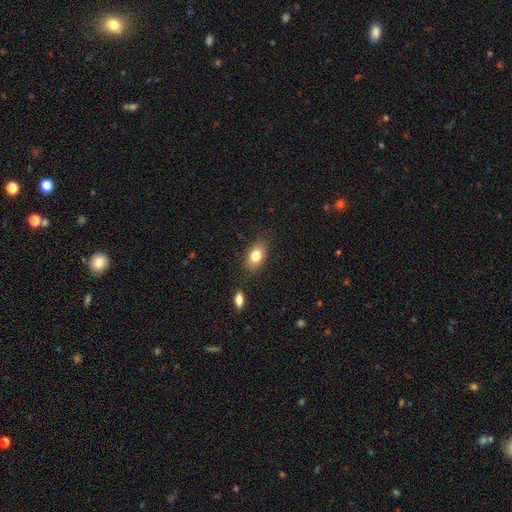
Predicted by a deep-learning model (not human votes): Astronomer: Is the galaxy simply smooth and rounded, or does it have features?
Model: smooth — 80%.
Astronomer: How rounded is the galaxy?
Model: in between — 85%.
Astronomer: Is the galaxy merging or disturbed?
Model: none — 81%.